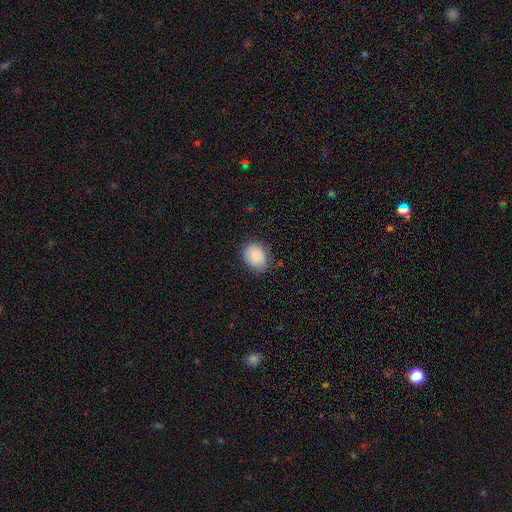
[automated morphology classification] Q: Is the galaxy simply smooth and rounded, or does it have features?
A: smooth — 86%.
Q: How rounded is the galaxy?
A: round — 55%.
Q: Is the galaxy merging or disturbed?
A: none — 79%.